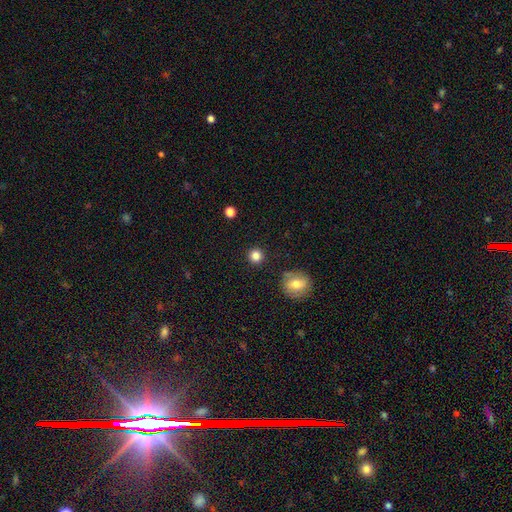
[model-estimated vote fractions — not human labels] smooth 84%, star or artifact 12%, featured or disk 4%. Down the decision tree: how rounded — round (94%); merging — none (90%).